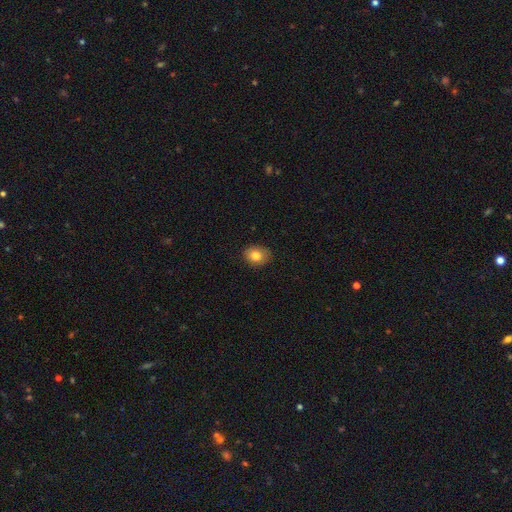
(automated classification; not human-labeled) Smooth or featured?
  - smooth: 83% *
  - star or artifact: 10%
  - featured or disk: 7%
How rounded?
  - round: 54% *
  - in between: 45%
  - cigar-shaped: 1%
Merging?
  - none: 85% *
  - minor disturbance: 11%
  - major disturbance: 2%
  - merger: 1%